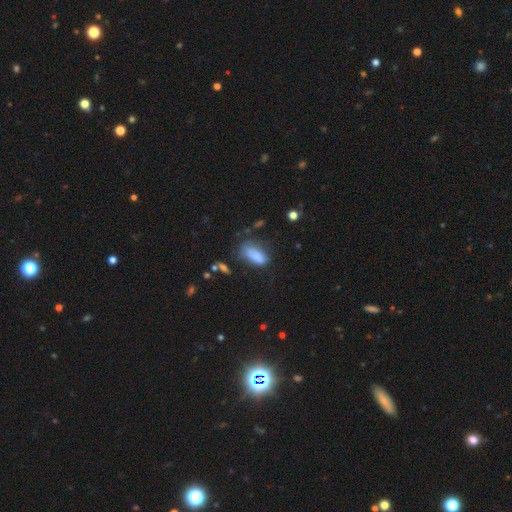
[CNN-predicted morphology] A smooth galaxy with no disk features (80%) that is in between round and cigar-shaped (87%).

Vote fractions:
- Smooth or featured? smooth: 80% / featured or disk: 11% / star or artifact: 9%
- How rounded? in between: 87% / cigar-shaped: 10% / round: 3%
- Merging? none: 43% / minor disturbance: 31% / major disturbance: 20% / merger: 5%